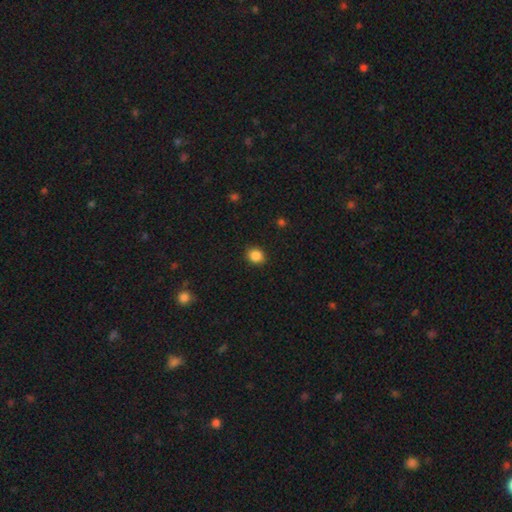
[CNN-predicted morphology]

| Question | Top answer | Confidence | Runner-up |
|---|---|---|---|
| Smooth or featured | smooth | 86% | star or artifact (10%) |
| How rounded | round | 72% | in between (27%) |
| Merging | none | 90% | minor disturbance (7%) |